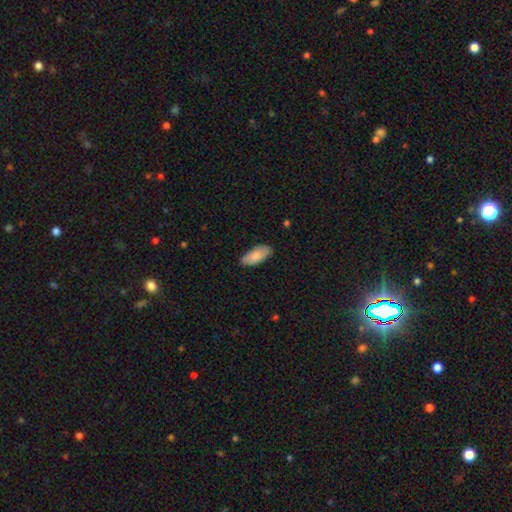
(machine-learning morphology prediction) A smooth galaxy with no disk features (84%) that is in between round and cigar-shaped (90%). Merging: none (82%).